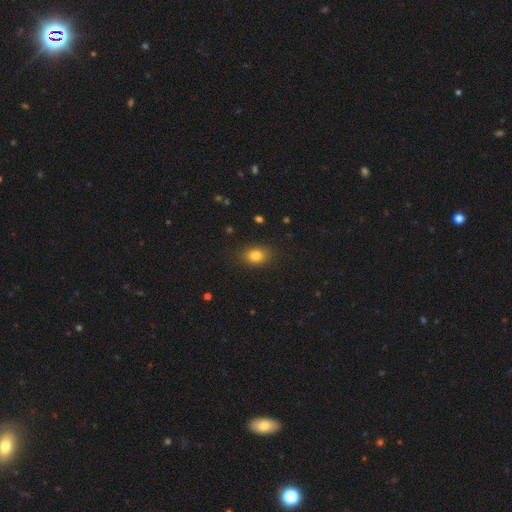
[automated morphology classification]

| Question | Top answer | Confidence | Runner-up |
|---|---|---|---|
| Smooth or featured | smooth | 82% | star or artifact (11%) |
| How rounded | in between | 69% | round (30%) |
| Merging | none | 85% | minor disturbance (11%) |